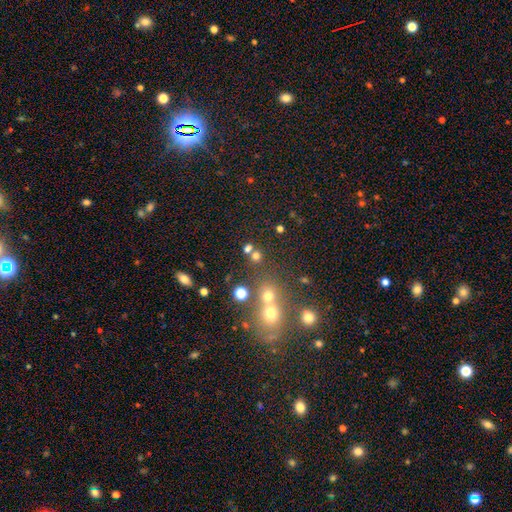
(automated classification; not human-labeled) This is likely a smooth galaxy (67%). How rounded: clearly round (87%). Merging: likely none (63%).